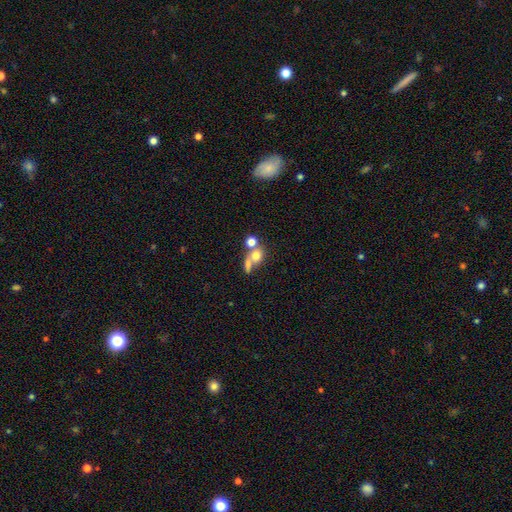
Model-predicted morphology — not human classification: Overall: smooth (66%). How rounded: round (67%; in between 30%). Merging: merger (53%; none 30%).